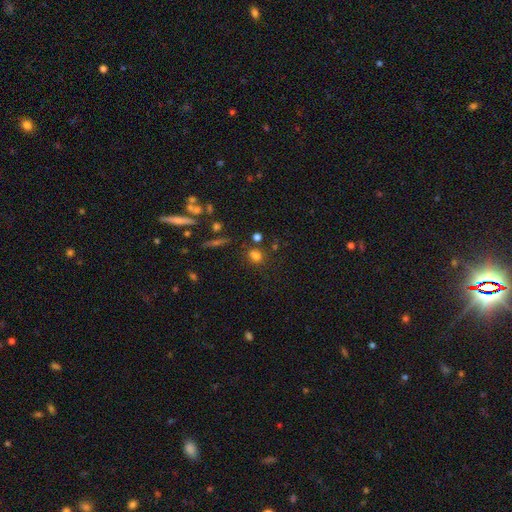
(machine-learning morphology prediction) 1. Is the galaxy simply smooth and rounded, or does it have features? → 73% smooth, 18% star or artifact, 9% featured or disk.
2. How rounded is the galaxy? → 64% round, 33% in between, 3% cigar-shaped.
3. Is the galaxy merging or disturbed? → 72% none, 13% minor disturbance, 10% merger, 5% major disturbance.